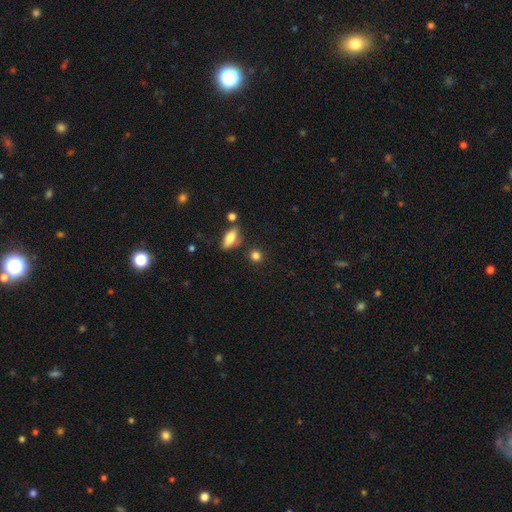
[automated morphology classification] A smooth galaxy with no disk features (82%) that is round (75%). Merging: none (79%).